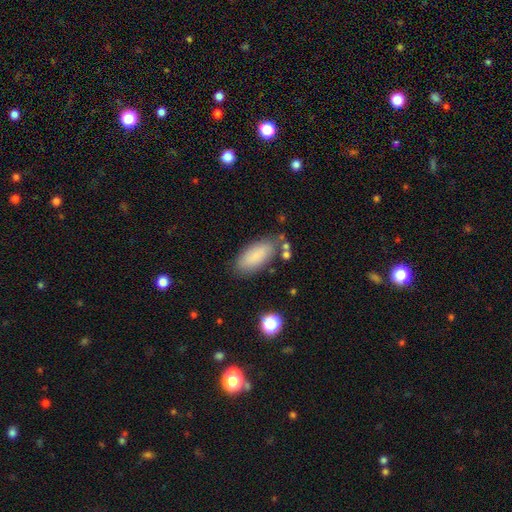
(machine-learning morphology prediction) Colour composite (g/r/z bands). It shows a smooth galaxy with no disk features (85%) that is in between round and cigar-shaped (88%). Merging: none (76%).